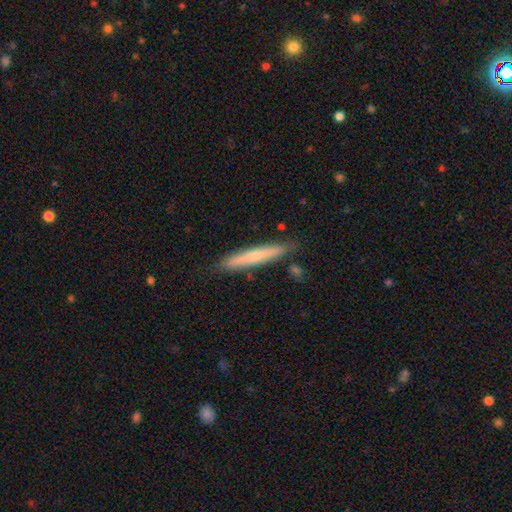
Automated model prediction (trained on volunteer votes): Smooth or featured? smooth (55%)
How rounded? cigar-shaped (95%)
Merging? none (87%)